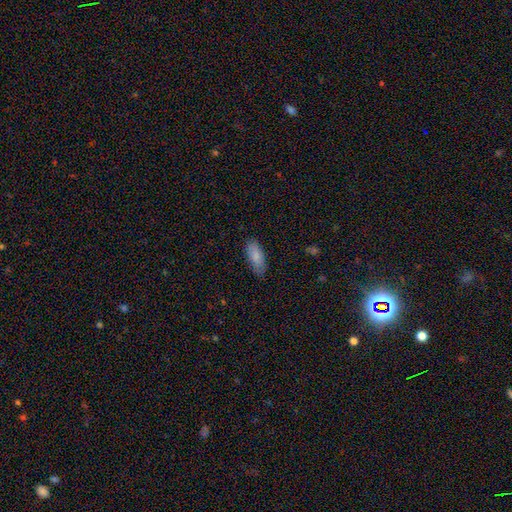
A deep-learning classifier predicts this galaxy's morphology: Smooth or featured?
  - smooth: 84% *
  - featured or disk: 10%
  - star or artifact: 6%
How rounded?
  - in between: 80% *
  - cigar-shaped: 19%
  - round: 2%
Merging?
  - none: 80% *
  - minor disturbance: 16%
  - major disturbance: 3%
  - merger: 1%